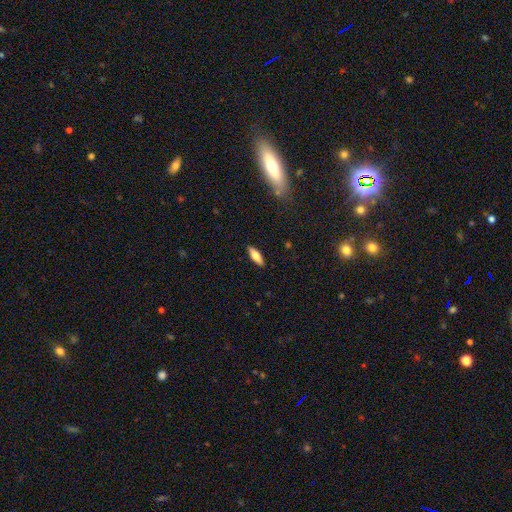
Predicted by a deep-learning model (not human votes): This appears to be a smooth galaxy with no disk features (69%) that is in between round and cigar-shaped (60%). Merging: none (89%).